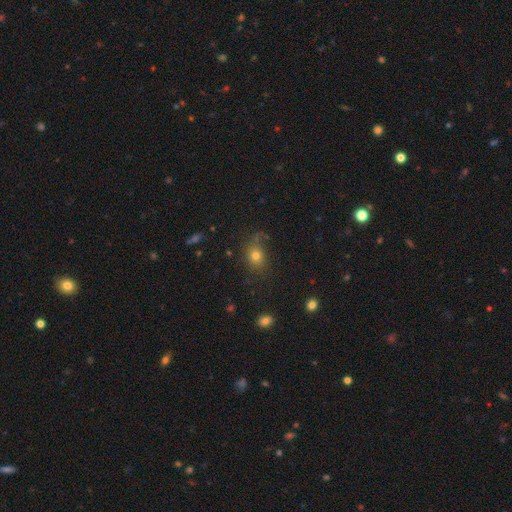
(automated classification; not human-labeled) A smooth galaxy with no disk features (72%) that is round (53%).

Vote fractions:
- Smooth or featured? smooth: 72% / star or artifact: 16% / featured or disk: 12%
- How rounded? round: 53% / in between: 45% / cigar-shaped: 2%
- Merging? none: 65% / minor disturbance: 20% / major disturbance: 12% / merger: 3%